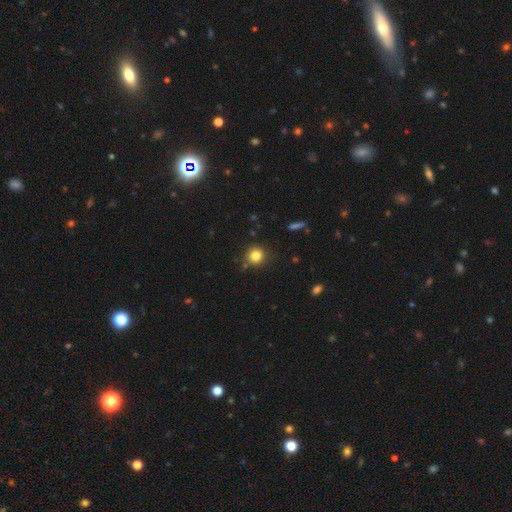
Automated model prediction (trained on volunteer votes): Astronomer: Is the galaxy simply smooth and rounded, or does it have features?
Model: smooth — 82%.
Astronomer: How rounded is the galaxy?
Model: round — 92%.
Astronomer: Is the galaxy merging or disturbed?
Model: none — 83%.